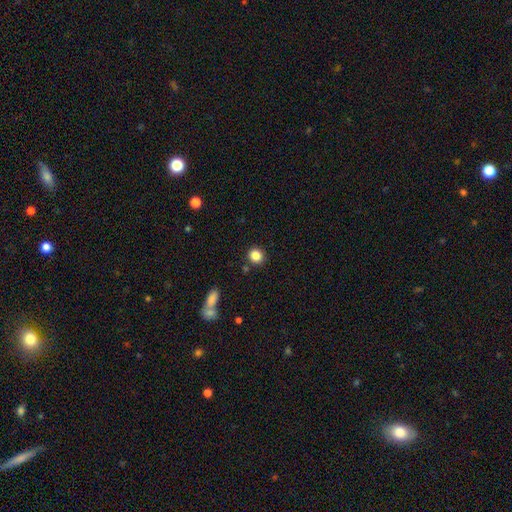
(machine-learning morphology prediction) smooth 85%, star or artifact 10%, featured or disk 4%. Down the decision tree: how rounded — round (88%); merging — none (87%).